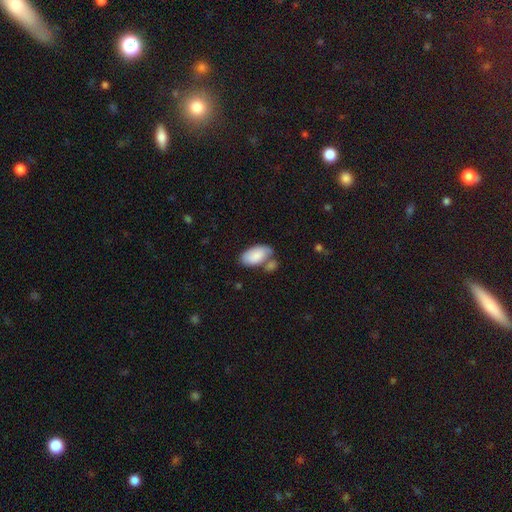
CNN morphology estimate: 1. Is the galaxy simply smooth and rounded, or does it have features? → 83% smooth, 10% featured or disk, 6% star or artifact.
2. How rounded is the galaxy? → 95% in between, 3% round, 2% cigar-shaped.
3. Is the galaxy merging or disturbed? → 45% none, 28% merger, 19% minor disturbance, 7% major disturbance.